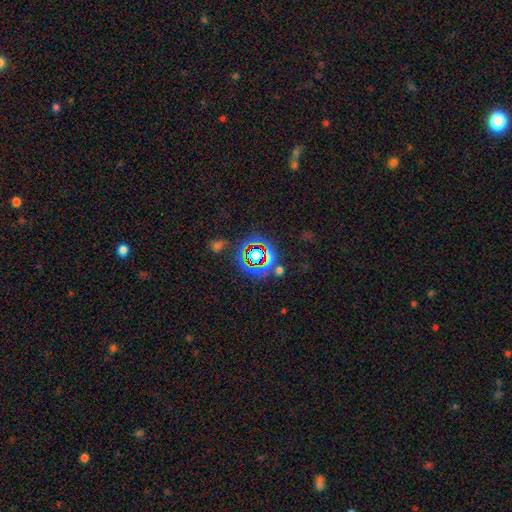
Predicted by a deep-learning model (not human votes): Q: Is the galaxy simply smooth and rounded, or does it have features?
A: star or artifact — 68%.